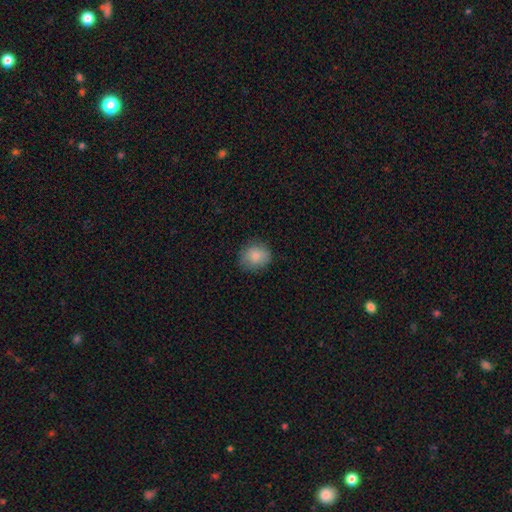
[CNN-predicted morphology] This appears to be a smooth galaxy with no disk features (84%) that is round (72%). Merging: none (82%).